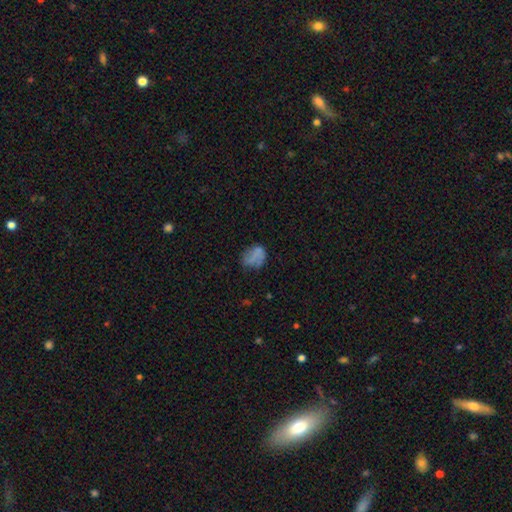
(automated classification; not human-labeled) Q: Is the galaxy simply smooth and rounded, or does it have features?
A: smooth — 68%.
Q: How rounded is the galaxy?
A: in between — 64%.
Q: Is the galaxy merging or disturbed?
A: none — 49%.